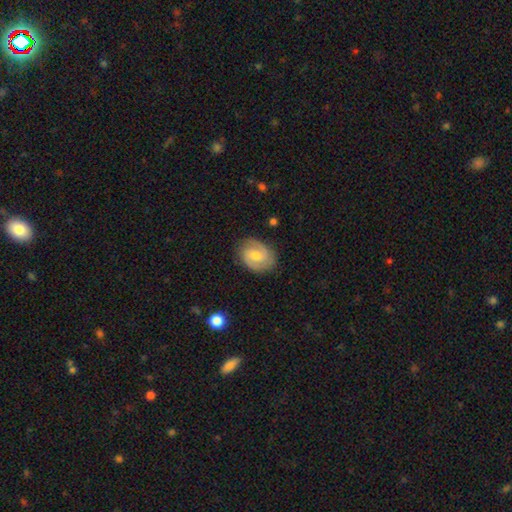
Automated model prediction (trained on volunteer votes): Smooth or featured?
  - featured or disk: 68% *
  - smooth: 26%
  - star or artifact: 6%
Edge-on disk?
  - no: 97% *
  - yes: 3%
Bar?
  - weak: 52% *
  - no: 35%
  - strong: 12%
Spiral arms?
  - yes: 90% *
  - no: 10%
Spiral winding?
  - medium: 45% *
  - tight: 39%
  - loose: 16%
Spiral arm count?
  - 2: 83% *
  - can't tell: 9%
  - 1: 4%
  - 3: 2%
  - 4: 1%
  - more than 4: 1%
Bulge size?
  - moderate: 62% *
  - small: 31%
  - large: 4%
  - none: 2%
  - dominant: 1%
Merging?
  - none: 81% *
  - minor disturbance: 14%
  - major disturbance: 4%
  - merger: 1%